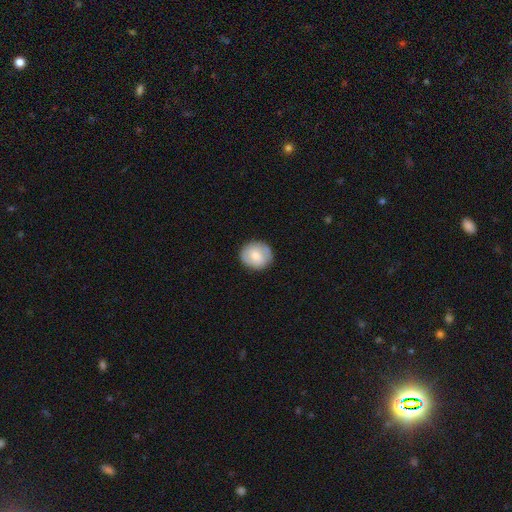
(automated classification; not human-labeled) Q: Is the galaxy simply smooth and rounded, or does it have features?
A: smooth — 68%.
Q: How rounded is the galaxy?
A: round — 82%.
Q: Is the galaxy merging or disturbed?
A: none — 85%.